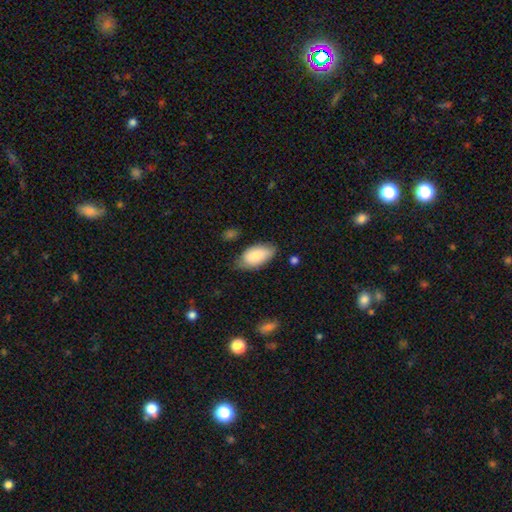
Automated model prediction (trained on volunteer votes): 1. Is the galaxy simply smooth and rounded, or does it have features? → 82% smooth, 12% featured or disk, 6% star or artifact.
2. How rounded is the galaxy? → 94% in between, 3% cigar-shaped, 3% round.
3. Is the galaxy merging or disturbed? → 66% none, 27% minor disturbance, 5% major disturbance, 2% merger.